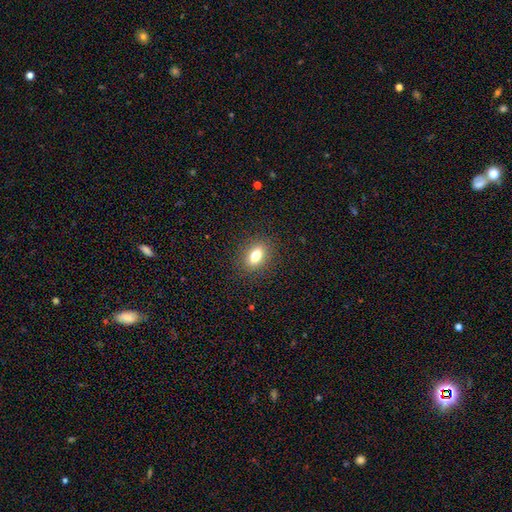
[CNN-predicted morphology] Smooth or featured? Predicted: smooth (p=0.79). How rounded? Predicted: in between (p=0.80). Merging? Predicted: none (p=0.87).